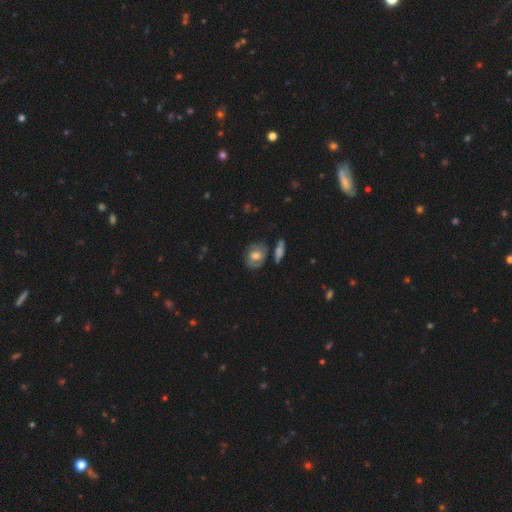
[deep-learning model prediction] A smooth galaxy with no disk features (49%). Merging: none (65%).